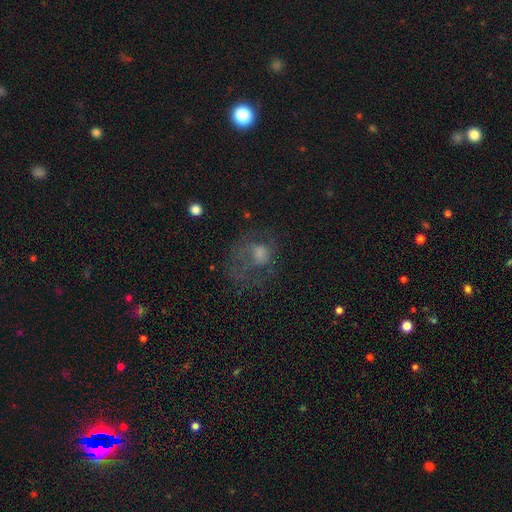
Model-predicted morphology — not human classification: smooth-or-featured: smooth: 40% | featured or disk: 39% | star or artifact: 21%
  merging: major disturbance: 40% | none: 38% | minor disturbance: 18% | merger: 3%